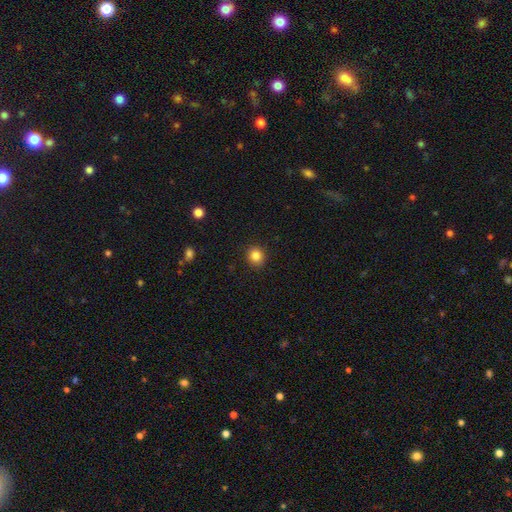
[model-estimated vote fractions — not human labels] Morphology: type=smooth (84%); roundness=round (83%); merging=none (90%).